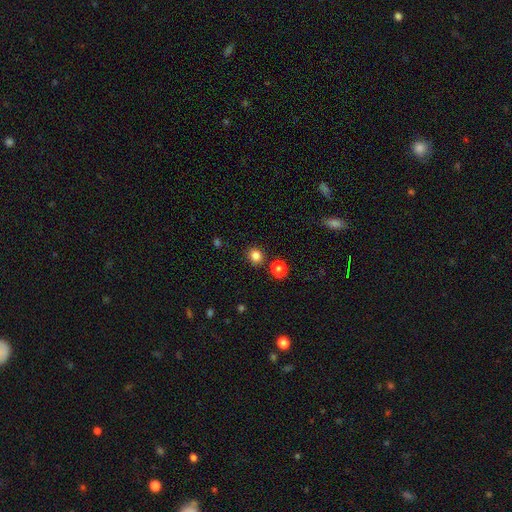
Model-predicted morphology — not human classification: Smooth or featured: smooth — 83% (star or artifact — 13%)
How rounded: round — 82% (in between — 17%)
Merging: none — 83% (minor disturbance — 8%)